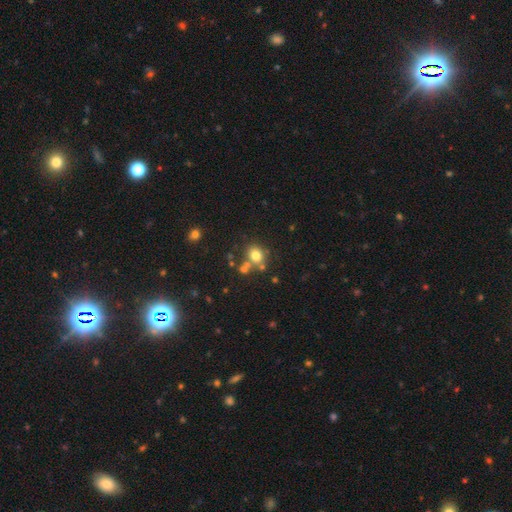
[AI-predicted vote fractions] The model was most divided on "how rounded": round: 68%, in between: 31%, cigar-shaped: 1%. More confident: smooth or featured — smooth (75%); merging — none (63%).